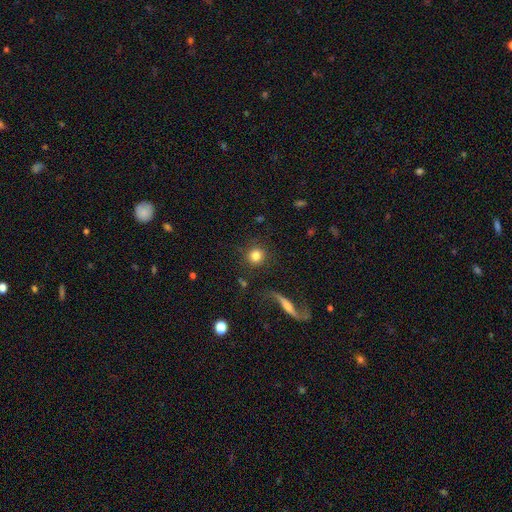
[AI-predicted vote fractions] A smooth galaxy with no disk features (80%) that is round (93%). Merging: none (87%).